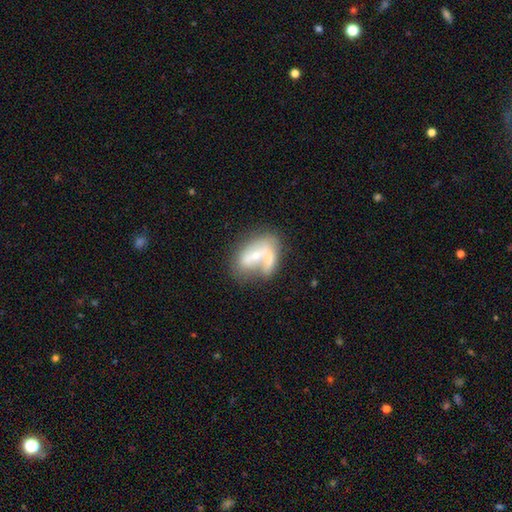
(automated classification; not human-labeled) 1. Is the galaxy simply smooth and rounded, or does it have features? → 46% smooth (tied), 46% featured or disk (tied), 8% star or artifact.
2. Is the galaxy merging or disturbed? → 60% merger, 18% none, 11% major disturbance, 10% minor disturbance.